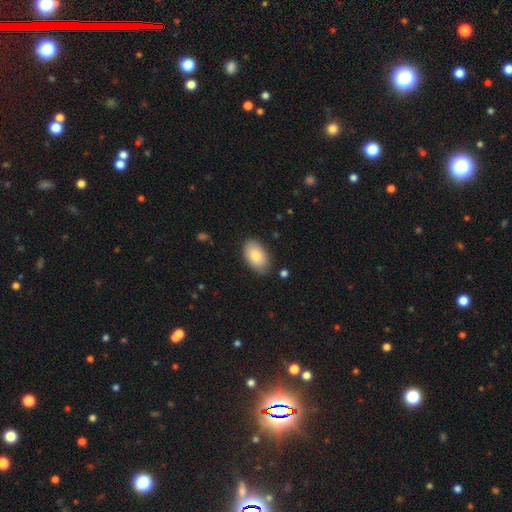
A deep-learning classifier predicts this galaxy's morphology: smooth_or_featured: smooth (p=0.80) [alt: featured or disk p=0.14]
how_rounded: in between (p=0.94) [alt: round p=0.05]
merging: none (p=0.82) [alt: minor disturbance p=0.14]